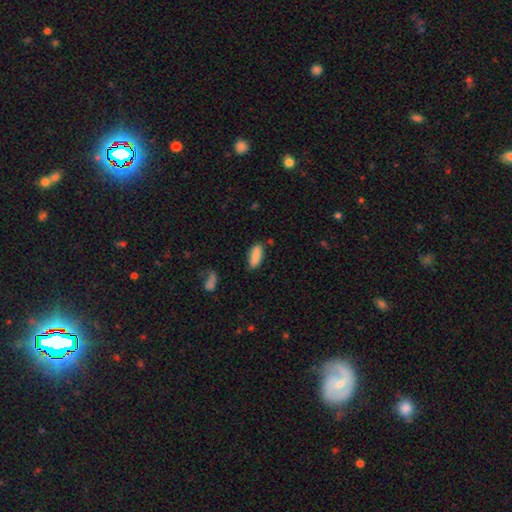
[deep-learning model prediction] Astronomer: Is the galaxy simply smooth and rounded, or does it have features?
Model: smooth — 86%.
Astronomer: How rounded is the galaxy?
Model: in between — 72%.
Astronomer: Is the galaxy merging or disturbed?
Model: none — 79%.